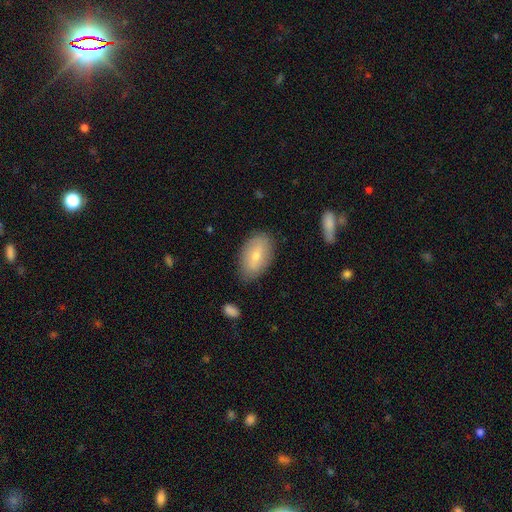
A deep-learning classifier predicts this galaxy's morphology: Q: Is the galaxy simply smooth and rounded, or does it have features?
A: smooth — 67%.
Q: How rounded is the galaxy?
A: in between — 92%.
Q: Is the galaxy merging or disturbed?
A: none — 81%.